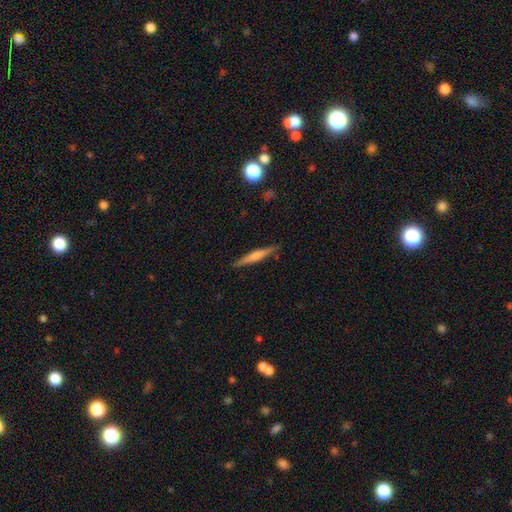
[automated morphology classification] This is possibly a smooth galaxy (56%). How rounded: clearly cigar-shaped (93%). Merging: clearly none (88%).